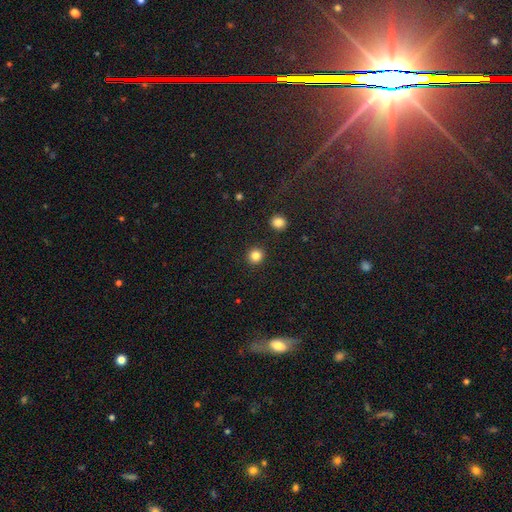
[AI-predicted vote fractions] Morphology: type=smooth (83%); roundness=round (93%); merging=none (92%).